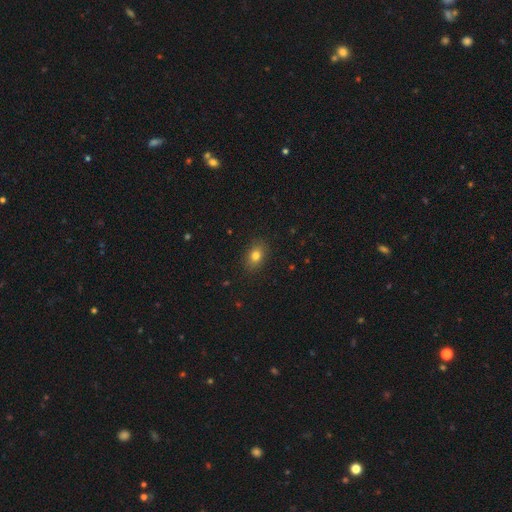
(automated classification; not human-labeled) A smooth galaxy with no disk features (80%) that is in between round and cigar-shaped (73%). Merging: none (88%).